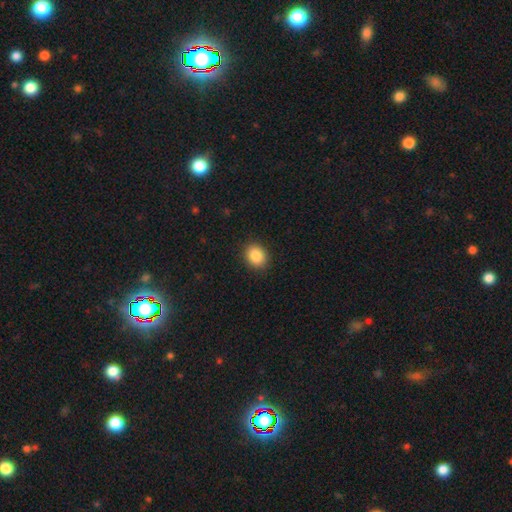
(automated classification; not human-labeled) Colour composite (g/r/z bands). It shows a smooth galaxy with no disk features (87%) that is round (59%). Merging: none (90%).